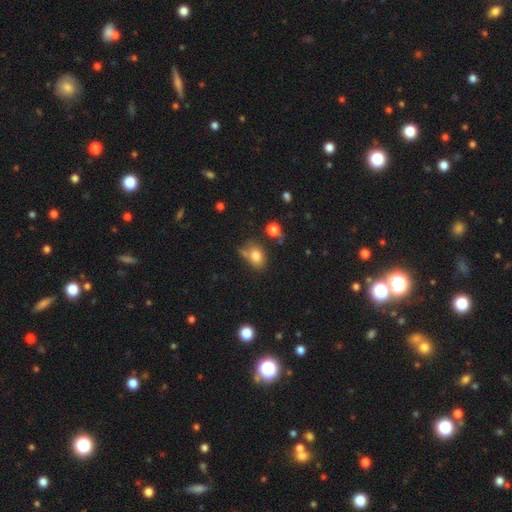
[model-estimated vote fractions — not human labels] Smooth or featured?
  - smooth: 79% *
  - star or artifact: 11%
  - featured or disk: 9%
How rounded?
  - in between: 70% *
  - round: 28%
  - cigar-shaped: 1%
Merging?
  - none: 56% *
  - minor disturbance: 21%
  - merger: 16%
  - major disturbance: 7%